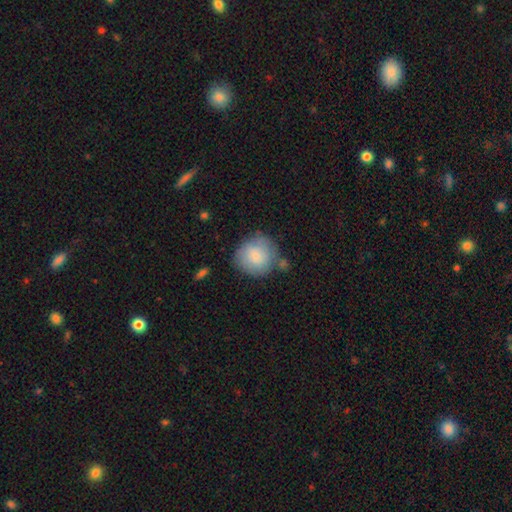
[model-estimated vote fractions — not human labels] Smooth or featured? smooth (77%)
How rounded? round (89%)
Merging? none (65%)